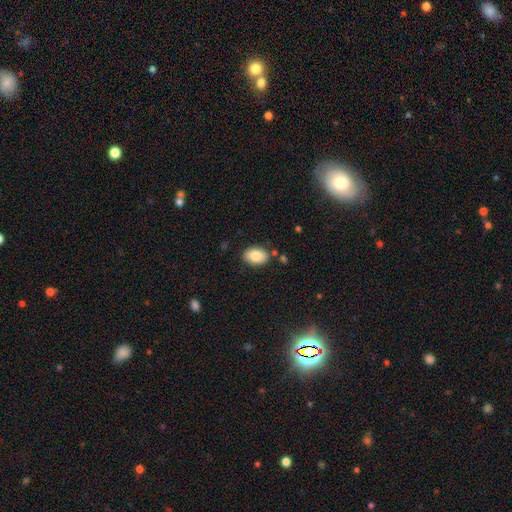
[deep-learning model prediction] Smooth or featured: smooth — 84% (featured or disk — 9%)
How rounded: in between — 85% (round — 14%)
Merging: none — 82% (minor disturbance — 11%)